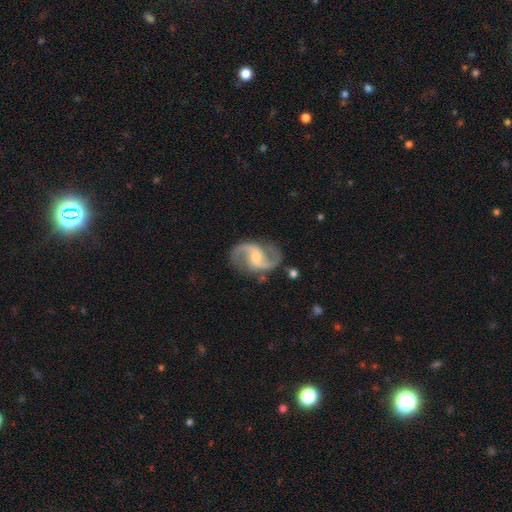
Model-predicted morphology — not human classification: Smooth or featured? Predicted: featured or disk (p=0.92). Edge-on disk? Predicted: no (p=0.98). Bar? Predicted: weak (p=0.48). Spiral arms? Predicted: yes (p=0.98). Spiral winding? Predicted: medium (p=0.51). Spiral arm count? Predicted: 2 (p=0.94). Bulge size? Predicted: small (p=0.49). Merging? Predicted: none (p=0.81).